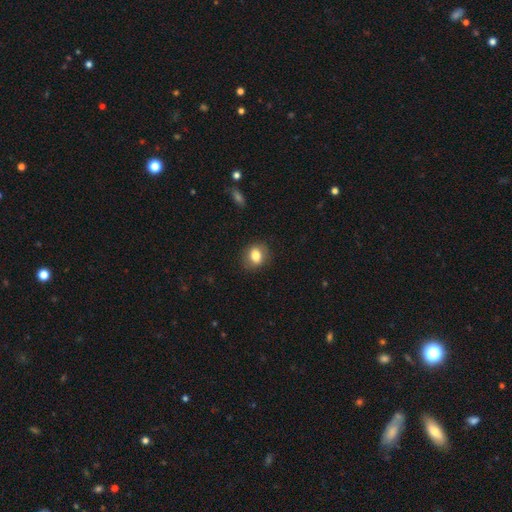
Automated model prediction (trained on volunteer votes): Smooth or featured?
  - smooth: 80% *
  - featured or disk: 11%
  - star or artifact: 9%
How rounded?
  - in between: 53% *
  - round: 45%
  - cigar-shaped: 1%
Merging?
  - none: 83% *
  - minor disturbance: 12%
  - major disturbance: 3%
  - merger: 1%